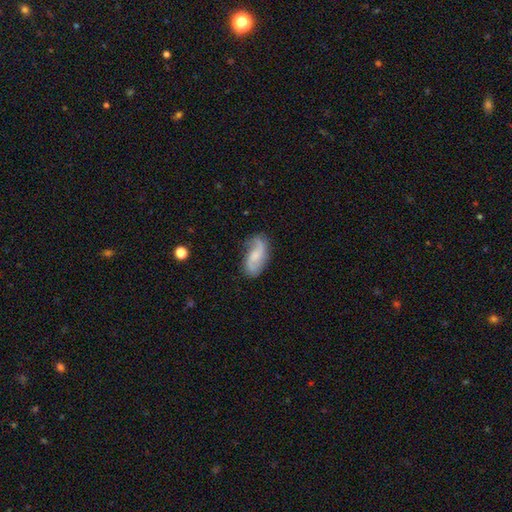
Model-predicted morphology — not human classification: Smooth or featured? featured or disk (70%)
Edge-on disk? no (96%)
Bar? no (48%)
Spiral arms? yes (94%)
Spiral winding? loose (60%)
Spiral arm count? 2 (87%)
Bulge size? small (40%)
Merging? none (72%)